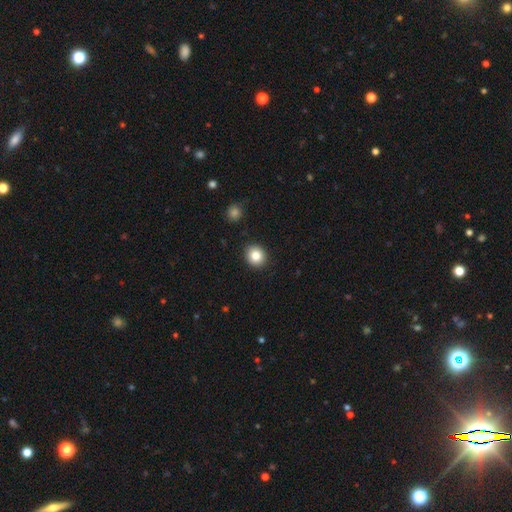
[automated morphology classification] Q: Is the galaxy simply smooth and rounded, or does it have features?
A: smooth — 84%.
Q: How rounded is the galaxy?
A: round — 81%.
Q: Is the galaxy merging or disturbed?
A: none — 91%.